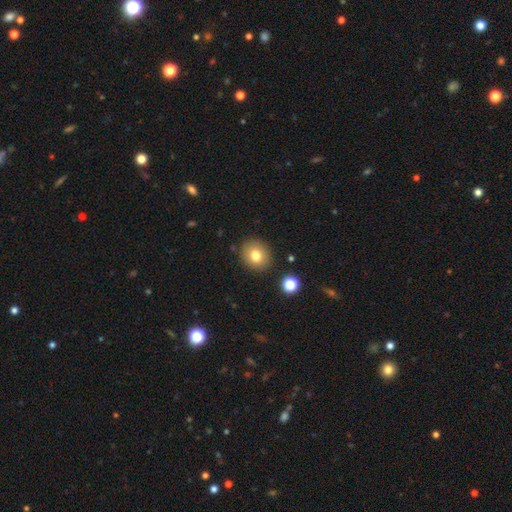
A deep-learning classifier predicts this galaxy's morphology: A smooth galaxy with no disk features (78%) that is round (81%).

Vote fractions:
- Smooth or featured? smooth: 78% / star or artifact: 11% / featured or disk: 11%
- How rounded? round: 81% / in between: 18% / cigar-shaped: 1%
- Merging? none: 88% / minor disturbance: 8% / merger: 3% / major disturbance: 2%